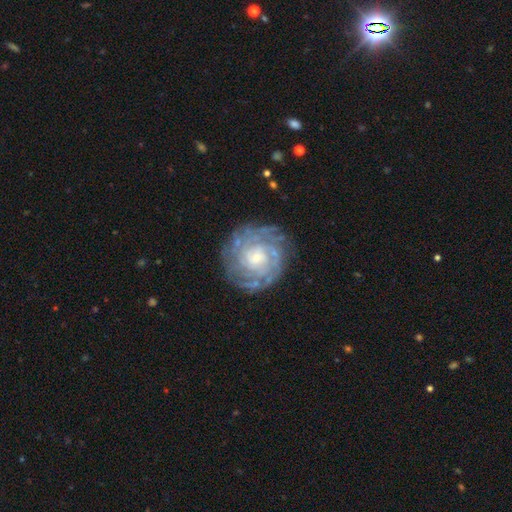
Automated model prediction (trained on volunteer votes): Smooth or featured? featured or disk (80%)
Edge-on disk? no (97%)
Bar? no (73%)
Spiral arms? yes (91%)
Spiral winding? tight (77%)
Spiral arm count? can't tell (44%)
Bulge size? small (47%)
Merging? none (81%)